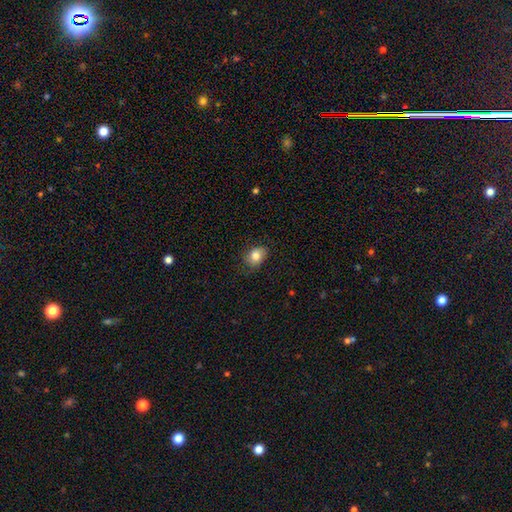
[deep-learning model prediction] The model was most divided on "how rounded": in between: 65%, round: 34%, cigar-shaped: 1%. More confident: smooth or featured — smooth (82%); merging — none (74%).